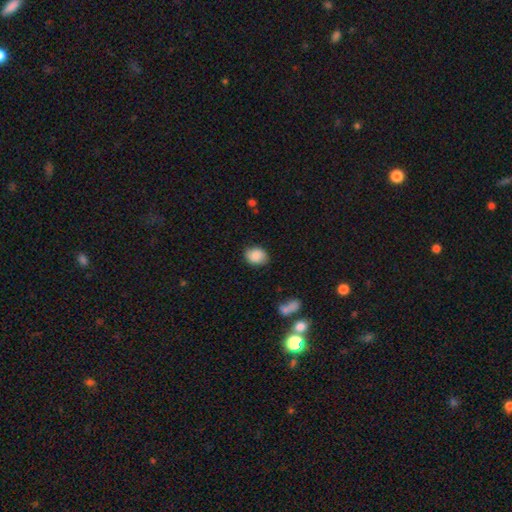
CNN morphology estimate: Smooth or featured? Predicted: smooth (p=0.87). How rounded? Predicted: in between (p=0.55). Merging? Predicted: none (p=0.78).